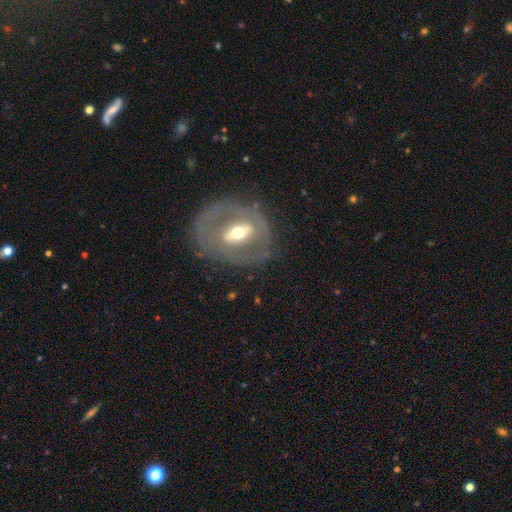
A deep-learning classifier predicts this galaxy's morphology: Q: Smooth or featured?
A: featured or disk (70%); runner-up: smooth (22%)
Q: Edge-on disk?
A: no (92%); runner-up: yes (8%)
Q: Bar?
A: weak (39%); tied with: strong (39%)
Q: Spiral arms?
A: no (55%); runner-up: yes (45%)
Q: Bulge size?
A: moderate (69%); runner-up: small (20%)
Q: Merging?
A: none (72%); runner-up: minor disturbance (17%)